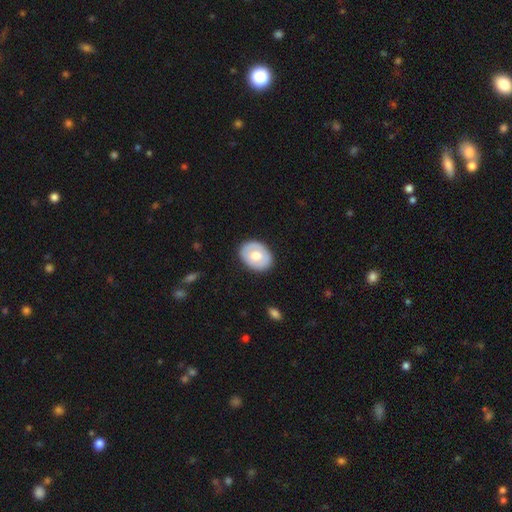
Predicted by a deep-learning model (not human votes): smooth_or_featured: smooth (p=0.56) [alt: featured or disk p=0.39]
how_rounded: in between (p=0.62) [alt: round p=0.37]
merging: none (p=0.85) [alt: minor disturbance p=0.11]